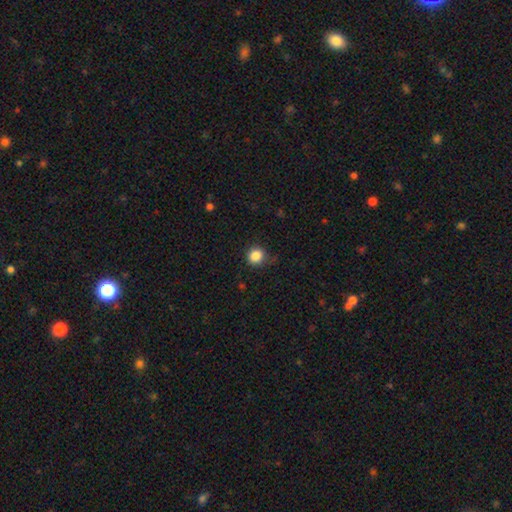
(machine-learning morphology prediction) Q: Smooth or featured?
A: smooth (86%); runner-up: star or artifact (10%)
Q: How rounded?
A: round (90%); runner-up: in between (9%)
Q: Merging?
A: none (77%); runner-up: minor disturbance (18%)